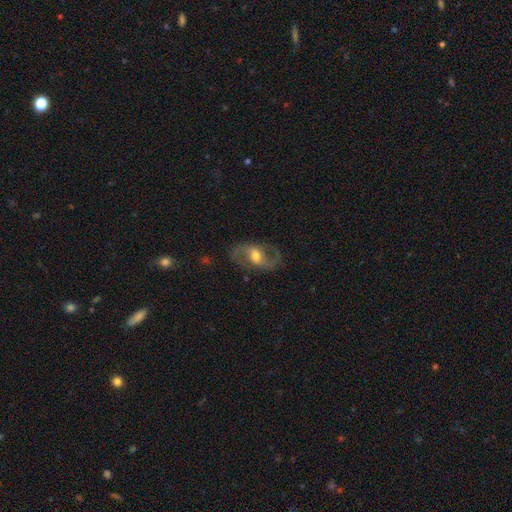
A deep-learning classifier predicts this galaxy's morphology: A featured or disk galaxy (82%) with a weak bar (48%), 2 (91%) medium (50%) spiral arms (89%) and a moderate central bulge (68%). Merging: none (80%).